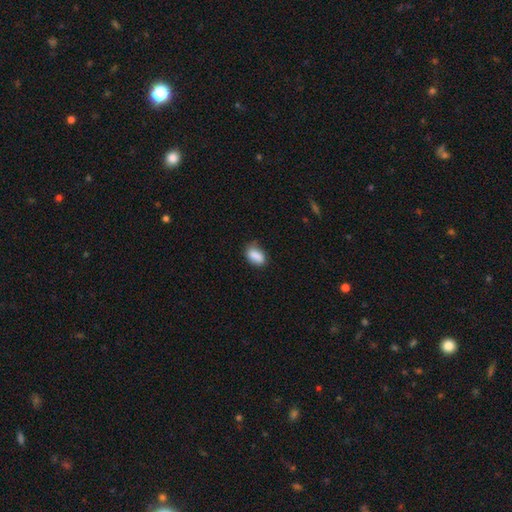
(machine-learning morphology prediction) smooth-or-featured: smooth: 86% | star or artifact: 8% | featured or disk: 6%
  how-rounded: in between: 87% | round: 10% | cigar-shaped: 3%
  merging: none: 64% | minor disturbance: 28% | major disturbance: 6% | merger: 3%